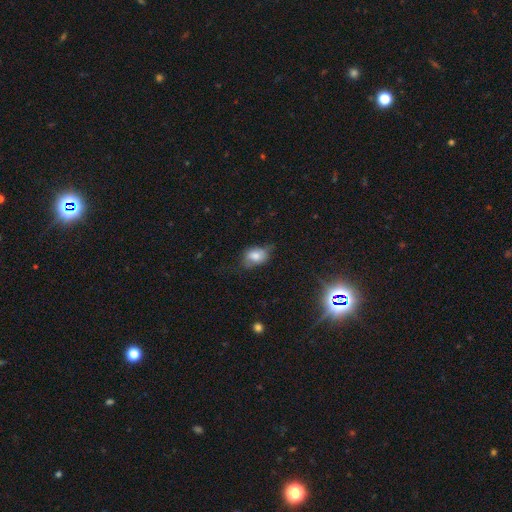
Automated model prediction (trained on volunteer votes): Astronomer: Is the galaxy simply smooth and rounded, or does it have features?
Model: smooth — 74%.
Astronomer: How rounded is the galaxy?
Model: in between — 76%.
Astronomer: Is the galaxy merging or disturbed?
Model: none — 52% (runner-up: minor disturbance, 34%).